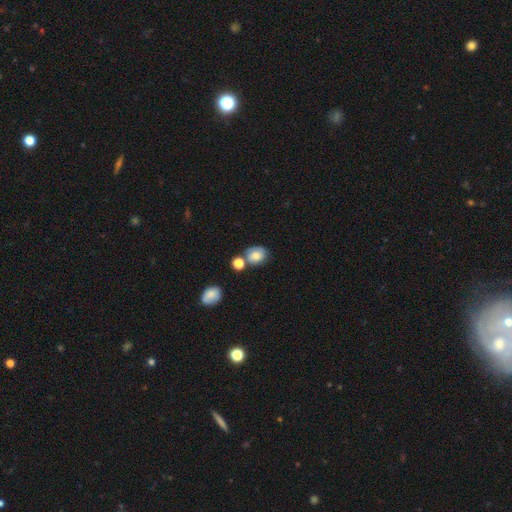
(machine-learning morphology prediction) Overall: smooth (65%). How rounded: in between (52%; round 47%). Merging: none (55%; merger 20%).